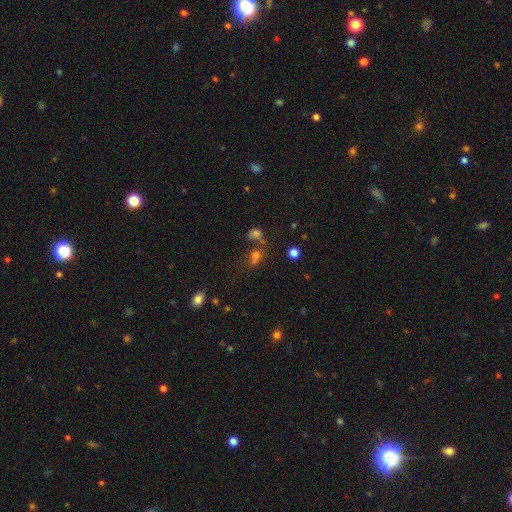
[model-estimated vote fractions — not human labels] A smooth galaxy with no disk features (57%) that is round (59%). Merging: none (42%).